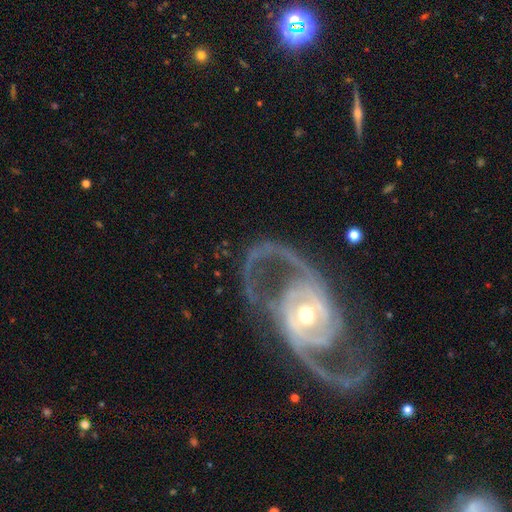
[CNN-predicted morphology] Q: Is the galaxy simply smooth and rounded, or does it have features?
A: featured or disk — 87%.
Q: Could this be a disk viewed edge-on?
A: no — 96%.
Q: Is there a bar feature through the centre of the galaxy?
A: no — 50%.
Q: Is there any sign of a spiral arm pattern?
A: yes — 90%.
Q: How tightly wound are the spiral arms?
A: medium — 41%.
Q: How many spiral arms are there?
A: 2 — 62%.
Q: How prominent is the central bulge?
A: moderate — 66%.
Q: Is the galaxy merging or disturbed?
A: none — 50%.